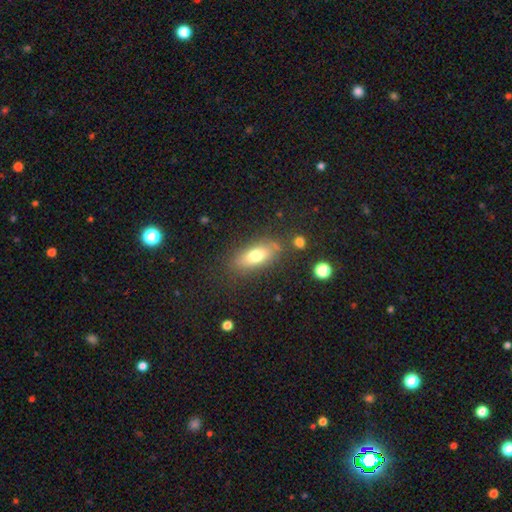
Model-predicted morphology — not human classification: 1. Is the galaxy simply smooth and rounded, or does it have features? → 70% smooth, 21% featured or disk, 9% star or artifact.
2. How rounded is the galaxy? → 77% in between, 18% cigar-shaped, 5% round.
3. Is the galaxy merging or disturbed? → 76% none, 15% minor disturbance, 5% major disturbance, 4% merger.